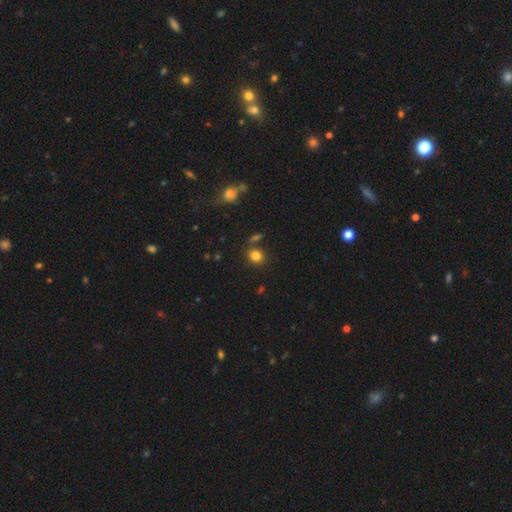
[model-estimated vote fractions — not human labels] This is clearly a smooth galaxy (81%). How rounded: likely round (71%). Merging: likely none (79%).